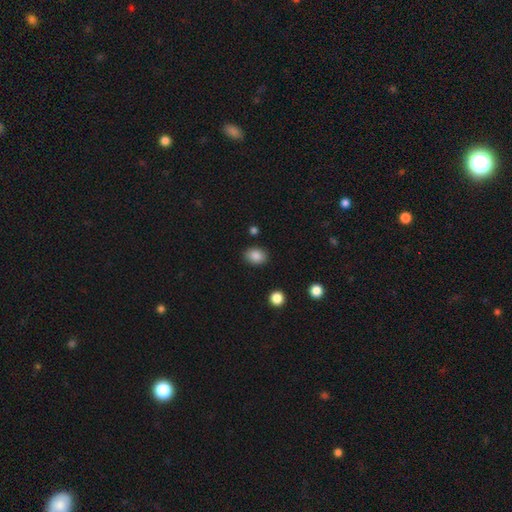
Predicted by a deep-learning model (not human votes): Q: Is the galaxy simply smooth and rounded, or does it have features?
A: smooth — 87%.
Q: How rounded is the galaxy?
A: in between — 65%.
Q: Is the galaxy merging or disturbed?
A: none — 86%.